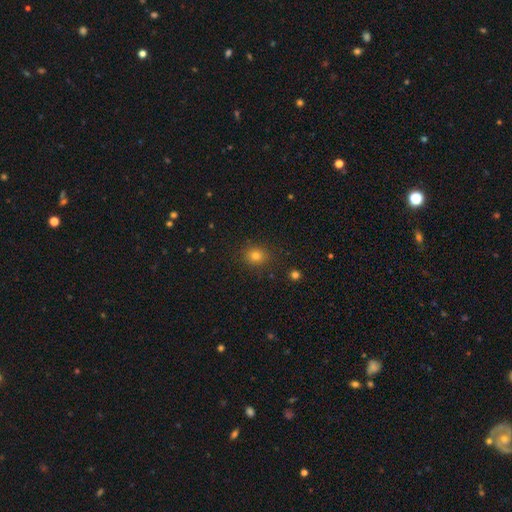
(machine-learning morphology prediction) Smooth or featured?
  - smooth: 78% *
  - star or artifact: 16%
  - featured or disk: 6%
How rounded?
  - round: 80% *
  - in between: 19%
  - cigar-shaped: 1%
Merging?
  - none: 89% *
  - minor disturbance: 7%
  - major disturbance: 2%
  - merger: 1%